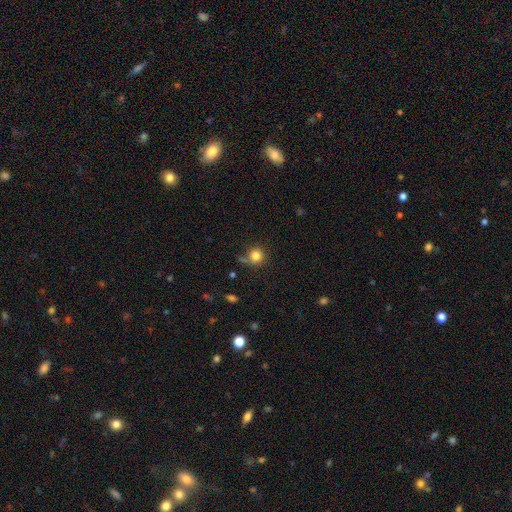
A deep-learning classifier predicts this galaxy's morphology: smooth 81%, star or artifact 11%, featured or disk 9%. Down the decision tree: how rounded — round (89%); merging — none (59%).